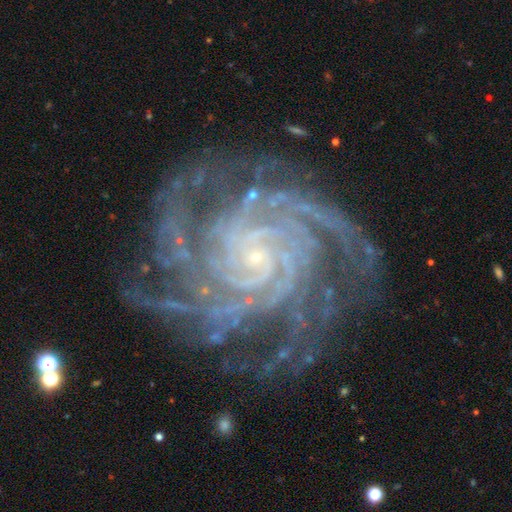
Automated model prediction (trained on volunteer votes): smooth-or-featured: featured or disk: 92% | star or artifact: 5% | smooth: 2%
  disk-edge-on: no: 98% | yes: 2%
    bar: no: 68% | weak: 21% | strong: 10%
    has-spiral-arms: yes: 99% | no: 1%
      spiral-winding: tight: 77% | medium: 20% | loose: 3%
      spiral-arm-count: more than 4: 26% | 4: 25% | 3: 15% | can't tell: 14% | 2: 12% | 1: 9%
    bulge-size: small: 87% | moderate: 7% | none: 3% | large: 1% | dominant: 1%
  merging: none: 77% | minor disturbance: 15% | major disturbance: 6% | merger: 2%